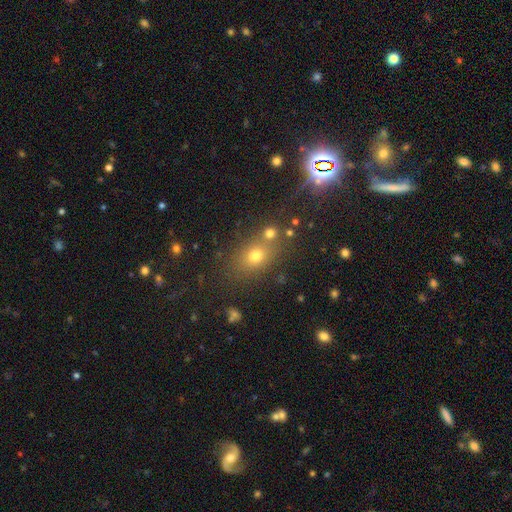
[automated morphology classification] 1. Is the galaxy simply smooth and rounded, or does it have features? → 66% smooth, 22% star or artifact, 11% featured or disk.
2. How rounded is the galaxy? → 50% in between, 48% round, 2% cigar-shaped.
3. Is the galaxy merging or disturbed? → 67% none, 17% merger, 11% minor disturbance, 5% major disturbance.